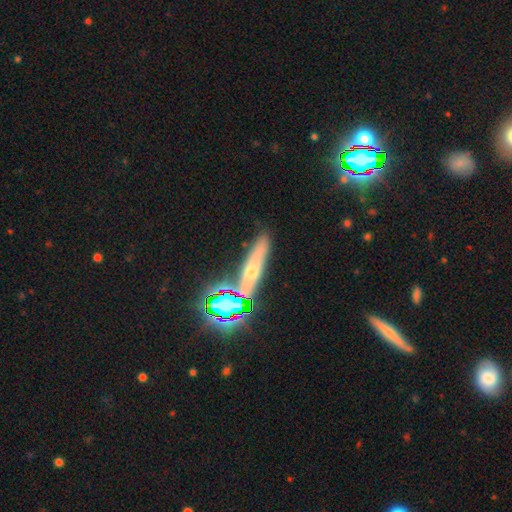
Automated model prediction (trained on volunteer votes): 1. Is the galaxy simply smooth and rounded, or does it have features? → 41% smooth, 32% featured or disk, 26% star or artifact.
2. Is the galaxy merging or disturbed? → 75% none, 13% minor disturbance, 8% merger, 4% major disturbance.